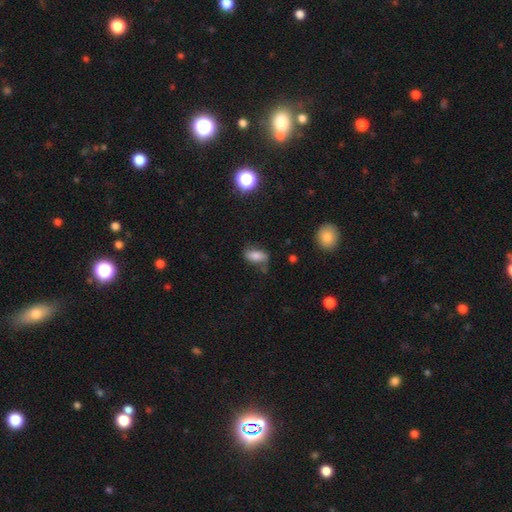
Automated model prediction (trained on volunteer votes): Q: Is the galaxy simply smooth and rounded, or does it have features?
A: smooth — 69%.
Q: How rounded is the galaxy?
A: in between — 87%.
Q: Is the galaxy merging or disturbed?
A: none — 58%.